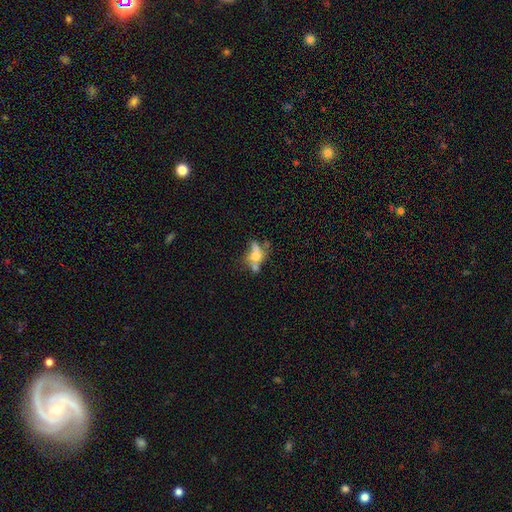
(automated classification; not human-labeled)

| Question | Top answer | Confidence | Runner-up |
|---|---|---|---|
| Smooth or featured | featured or disk | 43% | tied: smooth (43%) |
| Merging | merger | 37% | none (30%) |